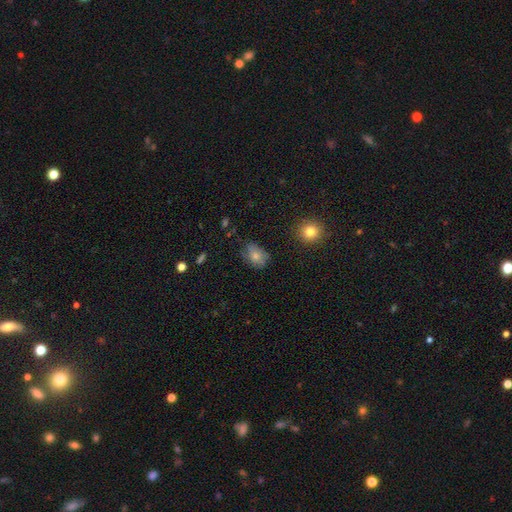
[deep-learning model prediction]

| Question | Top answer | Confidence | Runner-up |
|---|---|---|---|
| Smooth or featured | smooth | 74% | featured or disk (15%) |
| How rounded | in between | 72% | round (27%) |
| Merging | none | 60% | minor disturbance (29%) |